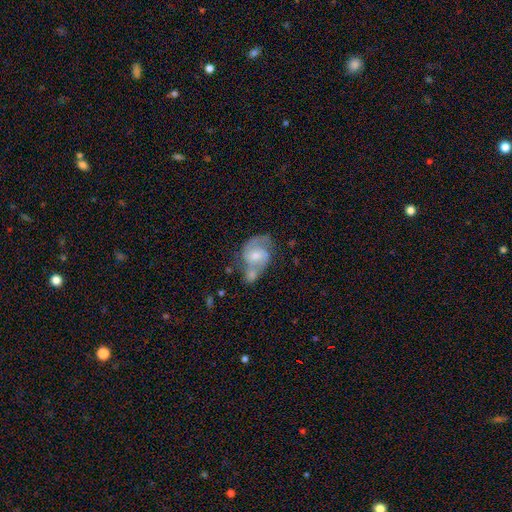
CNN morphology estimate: Overall: featured or disk (68%). Edge-on disk: no (97%). Bar: no (47%; weak 44%). Spiral arms: yes (86%). Spiral arm count: 2 (77%). Spiral winding: medium (51%; loose 25%). Bulge size: moderate (51%; small 38%). Merging: merger (40%; none 30%).